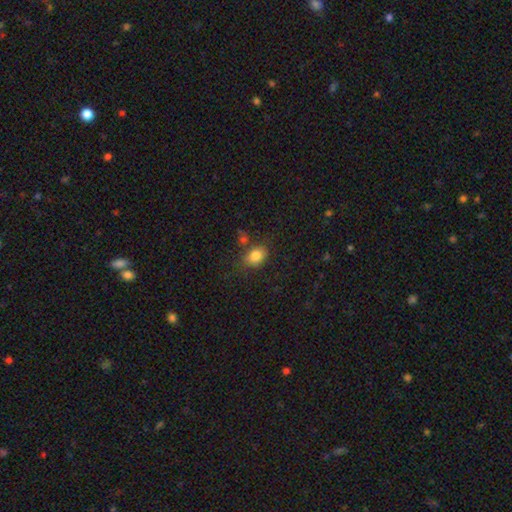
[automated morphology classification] Smooth or featured? Predicted: smooth (p=0.82). How rounded? Predicted: in between (p=0.68). Merging? Predicted: none (p=0.69).